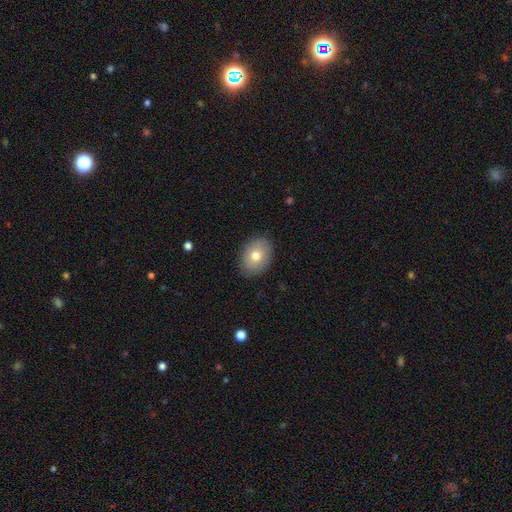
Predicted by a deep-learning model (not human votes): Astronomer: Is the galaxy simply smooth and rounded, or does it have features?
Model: smooth — 74%.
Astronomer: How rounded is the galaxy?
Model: in between — 72%.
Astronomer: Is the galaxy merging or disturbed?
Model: none — 87%.